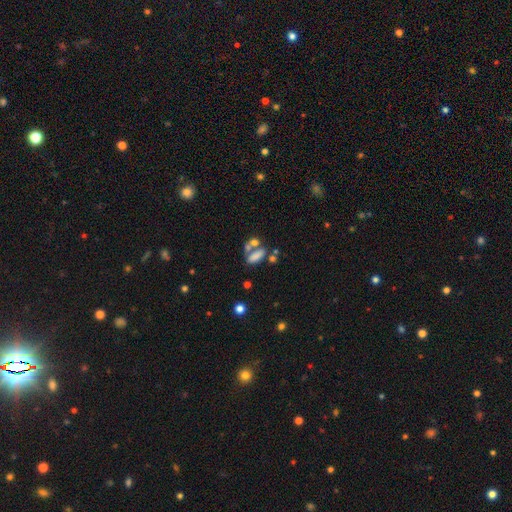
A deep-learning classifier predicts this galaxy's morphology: smooth-or-featured: smooth: 75% | featured or disk: 14% | star or artifact: 12%
  how-rounded: in between: 79% | cigar-shaped: 15% | round: 6%
  merging: none: 41% | merger: 40% | minor disturbance: 12% | major disturbance: 8%